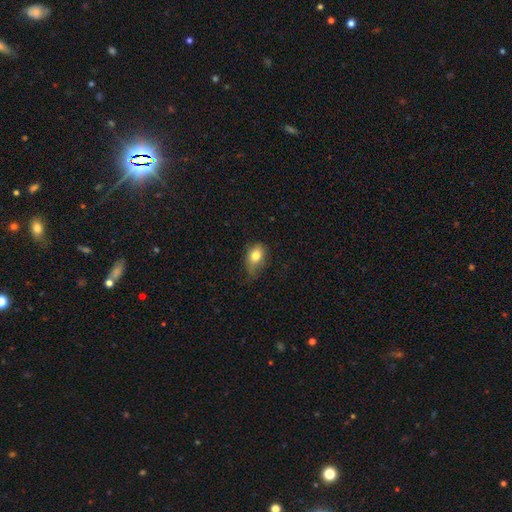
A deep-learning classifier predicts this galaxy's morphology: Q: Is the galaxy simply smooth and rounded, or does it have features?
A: smooth — 78%.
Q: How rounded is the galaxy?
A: in between — 77%.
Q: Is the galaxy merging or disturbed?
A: none — 44%.